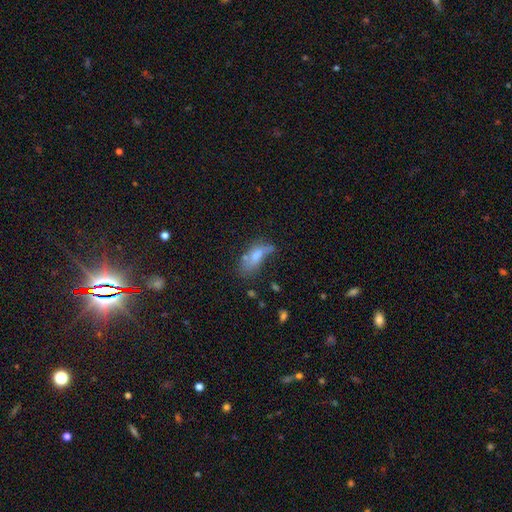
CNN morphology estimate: smooth_or_featured: smooth (p=0.62) [alt: featured or disk p=0.27]
how_rounded: in between (p=0.80) [alt: cigar-shaped p=0.15]
merging: major disturbance (p=0.28) [alt: none p=0.26]